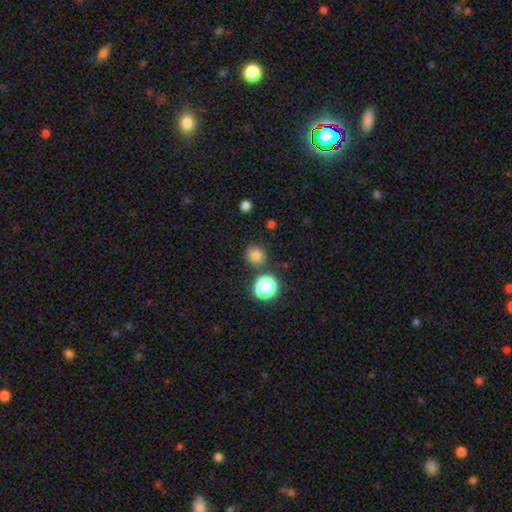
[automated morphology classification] A smooth galaxy with no disk features (77%) that is round (87%). Merging: none (84%).